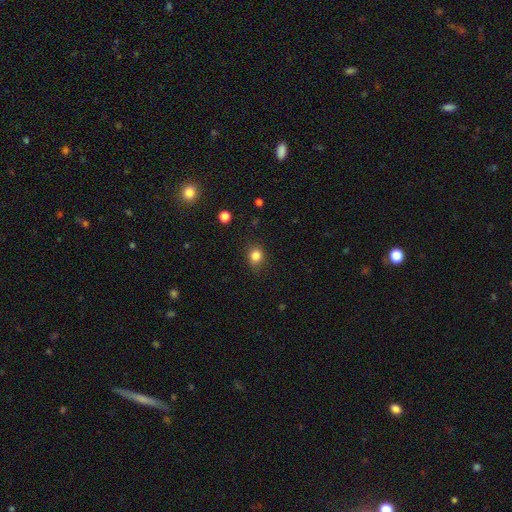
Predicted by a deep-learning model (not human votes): Morphology: type=smooth (83%); roundness=round (68%); merging=none (81%).